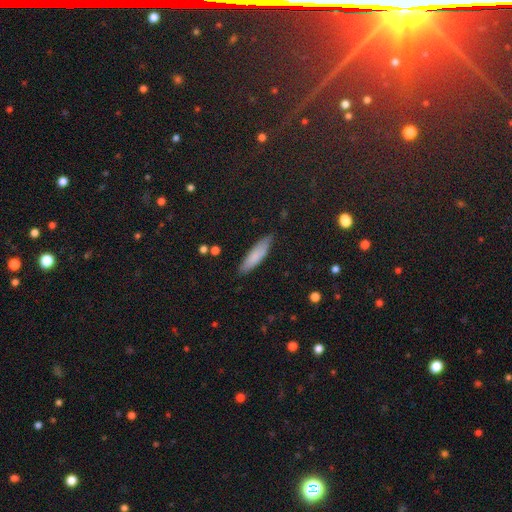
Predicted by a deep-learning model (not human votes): Smooth or featured: smooth — 79% (featured or disk — 14%)
How rounded: cigar-shaped — 68% (in between — 30%)
Merging: none — 83% (minor disturbance — 13%)